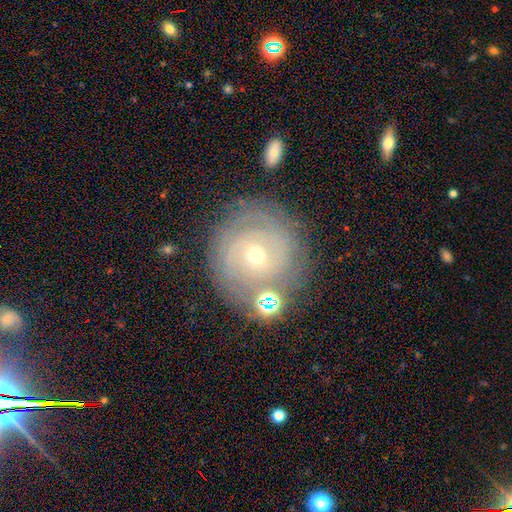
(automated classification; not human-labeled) A featured or disk galaxy (76%) with no bar (75%), tight (80%) spiral arms (90%) and a small central bulge (64%).

Vote fractions:
- Smooth or featured? featured or disk: 76% / smooth: 15% / star or artifact: 9%
- Edge-on disk? no: 97% / yes: 3%
- Bar? no: 75% / weak: 20% / strong: 5%
- Spiral arms? yes: 90% / no: 10%
- Spiral winding? tight: 80% / medium: 16% / loose: 4%
- Spiral arm count? can't tell: 36% / 2: 24% / 3: 19% / 4: 10% / more than 4: 6% / 1: 5%
- Bulge size? small: 64% / moderate: 33% / large: 1% / dominant: 1% / none: 1%
- Merging? none: 77% / minor disturbance: 13% / merger: 5% / major disturbance: 5%